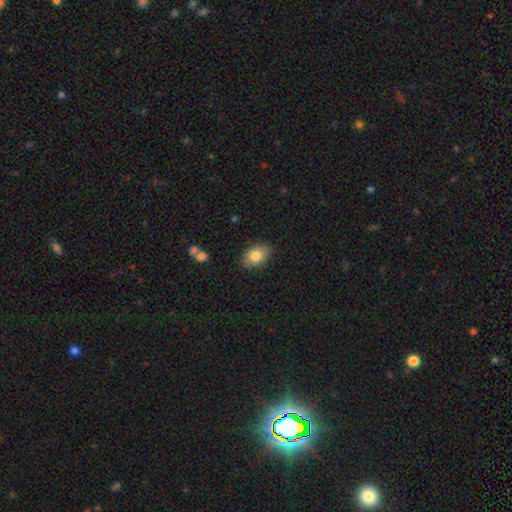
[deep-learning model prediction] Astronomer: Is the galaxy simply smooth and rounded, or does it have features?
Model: smooth — 81%.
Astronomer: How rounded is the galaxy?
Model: in between — 82%.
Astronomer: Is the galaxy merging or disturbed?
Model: none — 86%.